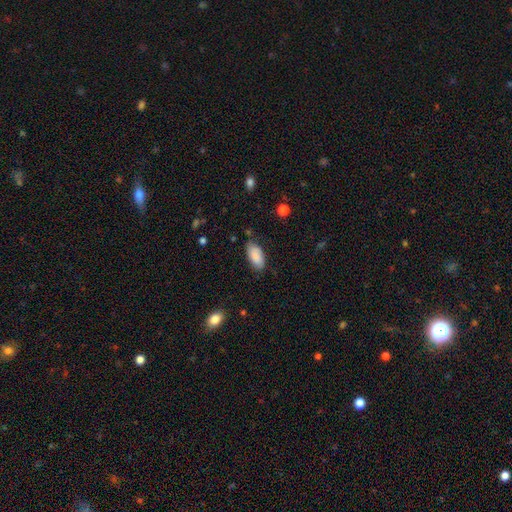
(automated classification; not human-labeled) Overall: smooth (86%). How rounded: in between (93%). Merging: none (76%).